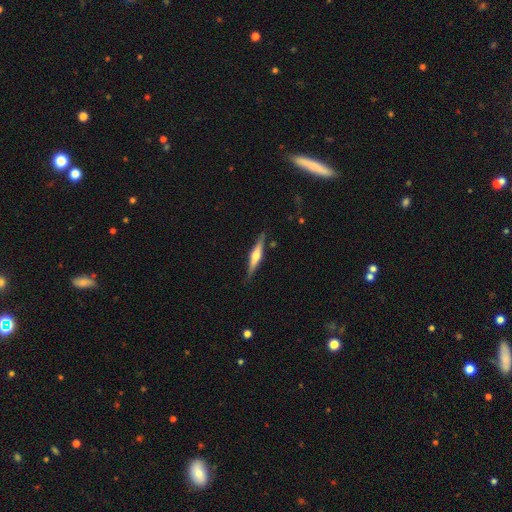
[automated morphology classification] Q: Smooth or featured?
A: featured or disk (69%); runner-up: smooth (25%)
Q: Edge-on disk?
A: yes (97%); runner-up: no (3%)
Q: Edge-on bulge?
A: rounded (91%); runner-up: boxy (6%)
Q: Merging?
A: none (87%); runner-up: minor disturbance (9%)